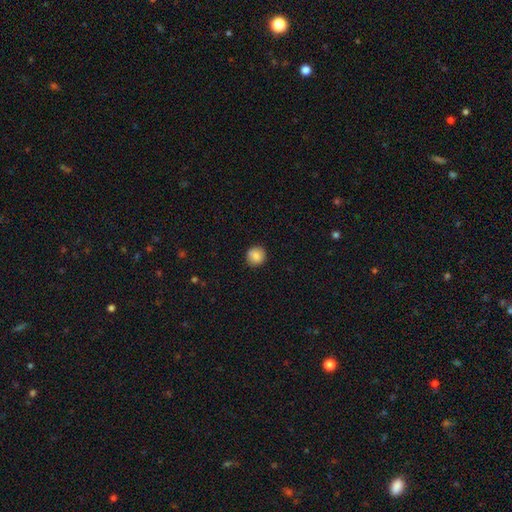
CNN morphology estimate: This appears to be a smooth galaxy with no disk features (83%) that is round (92%). Merging: none (88%).